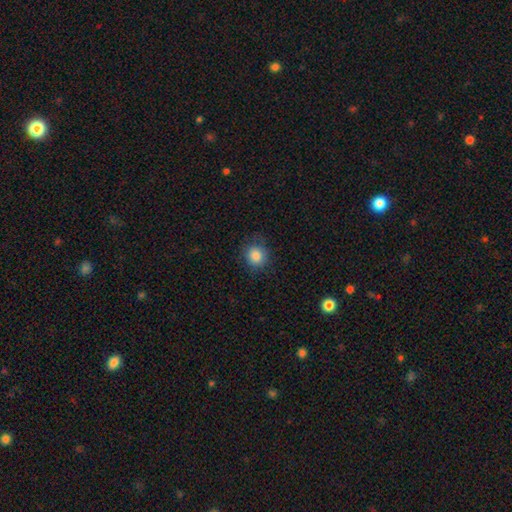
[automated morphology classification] Q: Smooth or featured?
A: smooth (85%); runner-up: star or artifact (10%)
Q: How rounded?
A: round (88%); runner-up: in between (11%)
Q: Merging?
A: none (82%); runner-up: minor disturbance (13%)